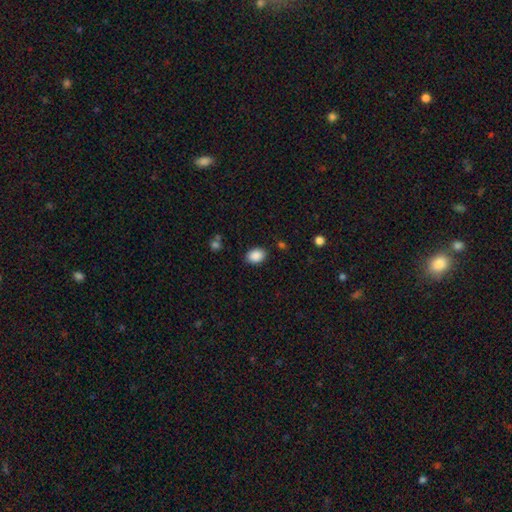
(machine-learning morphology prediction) Smooth or featured? Predicted: smooth (p=0.89). How rounded? Predicted: in between (p=0.75). Merging? Predicted: none (p=0.85).